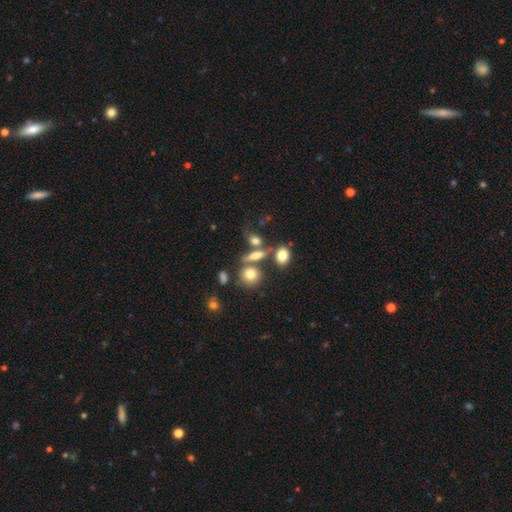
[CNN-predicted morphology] smooth_or_featured: smooth (p=0.68) [alt: featured or disk p=0.18]
how_rounded: in between (p=0.51) [alt: round p=0.29]
merging: none (p=0.51) [alt: merger p=0.27]